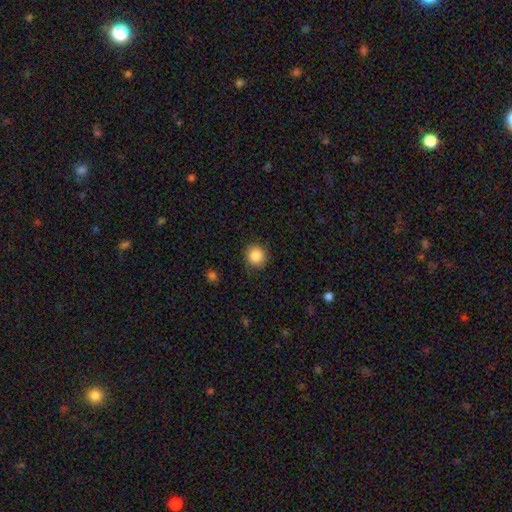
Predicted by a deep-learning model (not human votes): smooth_or_featured: smooth (p=0.87) [alt: star or artifact p=0.09]
how_rounded: round (p=0.92) [alt: in between p=0.07]
merging: none (p=0.89) [alt: minor disturbance p=0.08]